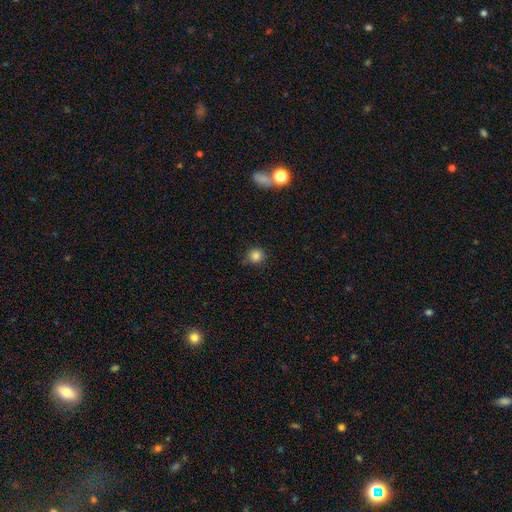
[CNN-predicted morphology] A smooth galaxy with no disk features (84%) that is round (93%).

Vote fractions:
- Smooth or featured? smooth: 84% / star or artifact: 12% / featured or disk: 4%
- How rounded? round: 93% / in between: 6% / cigar-shaped: 1%
- Merging? none: 83% / minor disturbance: 13% / major disturbance: 3% / merger: 2%